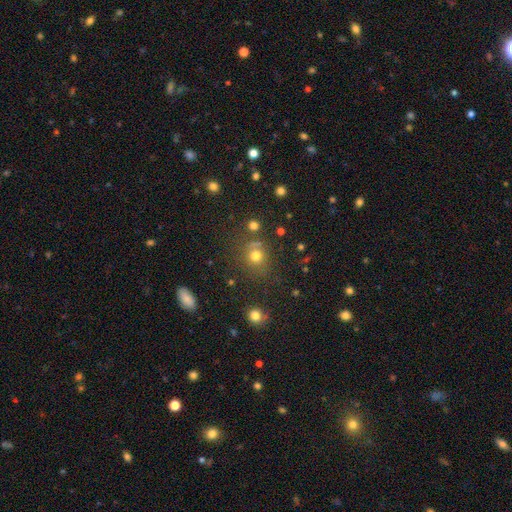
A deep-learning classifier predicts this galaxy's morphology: Smooth or featured?
  - smooth: 72% *
  - star or artifact: 20%
  - featured or disk: 8%
How rounded?
  - round: 85% *
  - in between: 14%
  - cigar-shaped: 1%
Merging?
  - none: 72% *
  - minor disturbance: 13%
  - merger: 9%
  - major disturbance: 6%